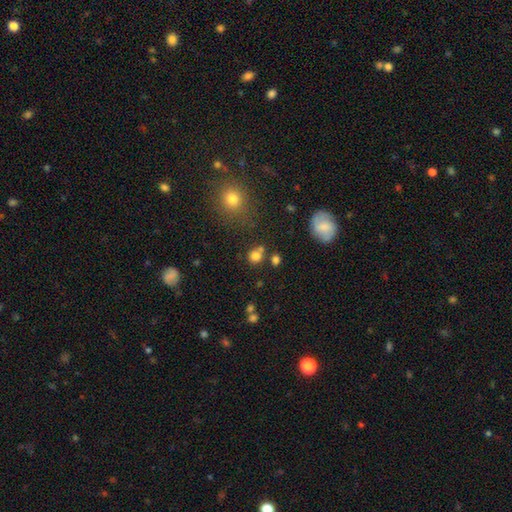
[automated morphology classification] type=smooth (79%); roundness=round (81%); merging=none (66%).